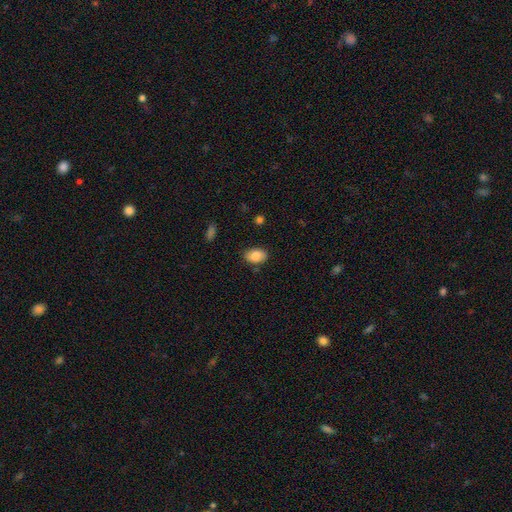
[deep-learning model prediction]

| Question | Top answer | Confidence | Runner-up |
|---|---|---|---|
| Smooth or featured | smooth | 81% | featured or disk (12%) |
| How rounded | in between | 87% | round (12%) |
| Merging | none | 81% | minor disturbance (14%) |